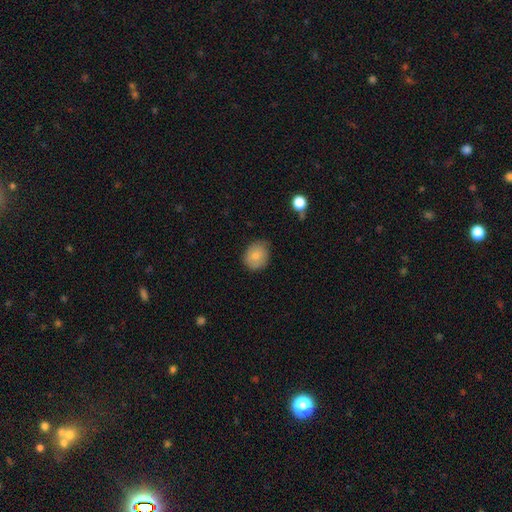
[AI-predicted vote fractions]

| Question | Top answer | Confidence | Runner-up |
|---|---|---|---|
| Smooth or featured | smooth | 81% | featured or disk (11%) |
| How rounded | round | 61% | in between (38%) |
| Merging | none | 74% | minor disturbance (21%) |